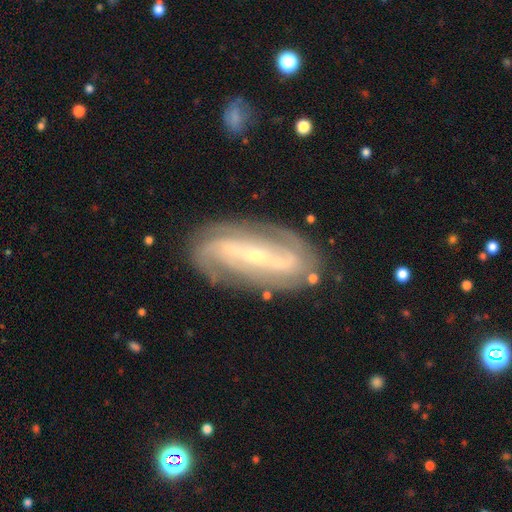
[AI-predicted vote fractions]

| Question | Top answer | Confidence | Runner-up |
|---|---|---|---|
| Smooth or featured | featured or disk | 87% | smooth (8%) |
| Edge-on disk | no | 90% | yes (10%) |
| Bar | strong | 66% | weak (20%) |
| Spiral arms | yes | 93% | no (7%) |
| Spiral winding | tight | 44% | medium (36%) |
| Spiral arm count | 2 | 66% | can't tell (16%) |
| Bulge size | small | 77% | moderate (19%) |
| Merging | none | 80% | minor disturbance (14%) |